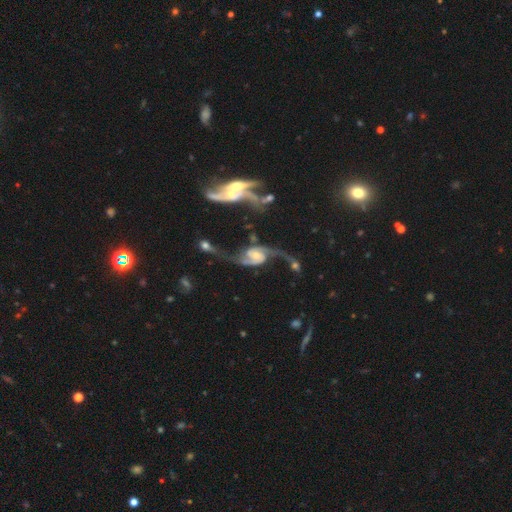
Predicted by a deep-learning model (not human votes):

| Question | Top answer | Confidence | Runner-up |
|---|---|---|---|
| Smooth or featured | featured or disk | 90% | smooth (5%) |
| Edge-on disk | no | 97% | yes (3%) |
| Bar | no | 50% | weak (37%) |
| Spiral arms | yes | 96% | no (4%) |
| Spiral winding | loose | 66% | medium (25%) |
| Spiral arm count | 2 | 92% | can't tell (2%) |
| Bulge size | small | 46% | moderate (44%) |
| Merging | merger | 40% | none (30%) |